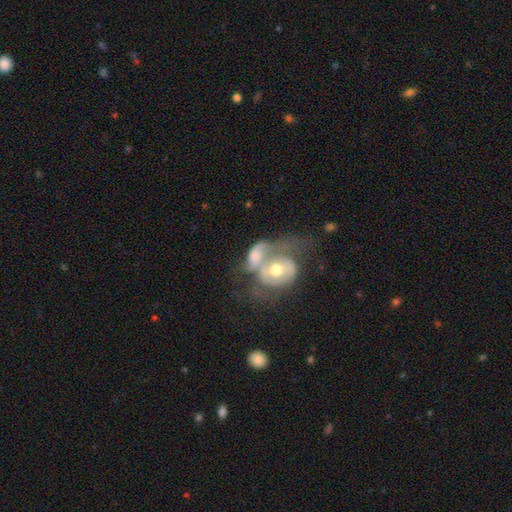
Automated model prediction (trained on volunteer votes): Smooth or featured? Predicted: featured or disk (p=0.61). Edge-on disk? Predicted: no (p=0.95). Bar? Predicted: no (p=0.72). Spiral arms? Predicted: yes (p=0.63). Bulge size? Predicted: moderate (p=0.68). Merging? Predicted: merger (p=0.71).